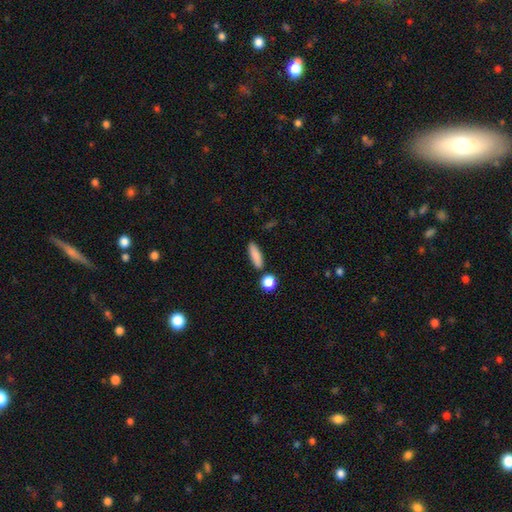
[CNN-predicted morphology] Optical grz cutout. It shows a smooth galaxy with no disk features (85%) that is cigar-shaped (53%). Merging: none (81%).